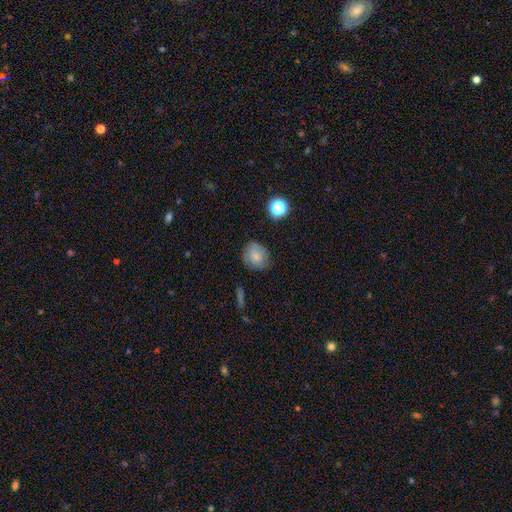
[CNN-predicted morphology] type=smooth (79%); roundness=round (72%); merging=none (75%).